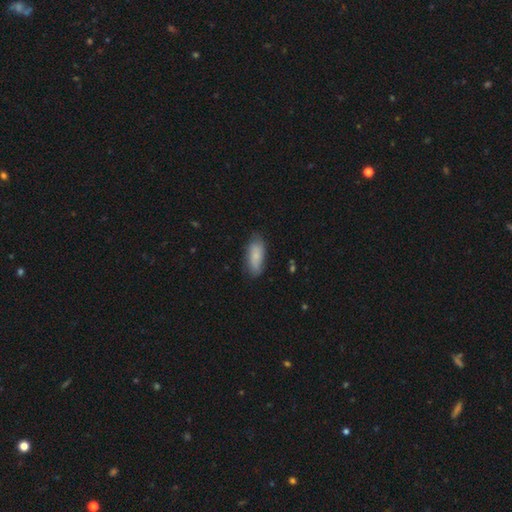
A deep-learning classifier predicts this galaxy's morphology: smooth 80%, featured or disk 13%, star or artifact 7%. Down the decision tree: how rounded — in between (78%); merging — none (74%).